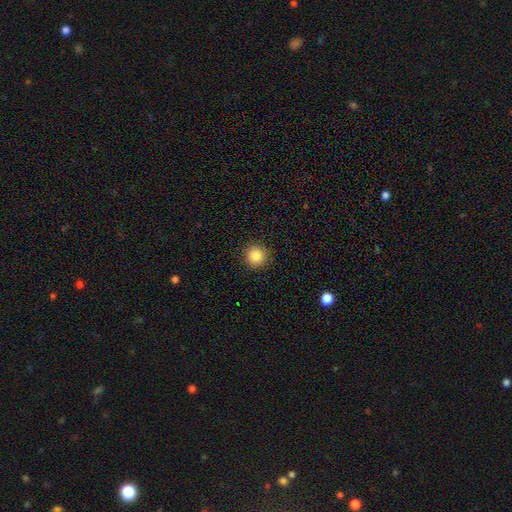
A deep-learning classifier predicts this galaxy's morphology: smooth-or-featured: smooth: 85% | star or artifact: 10% | featured or disk: 5%
  how-rounded: round: 95% | in between: 4% | cigar-shaped: 1%
  merging: none: 92% | minor disturbance: 5% | major disturbance: 2% | merger: 1%